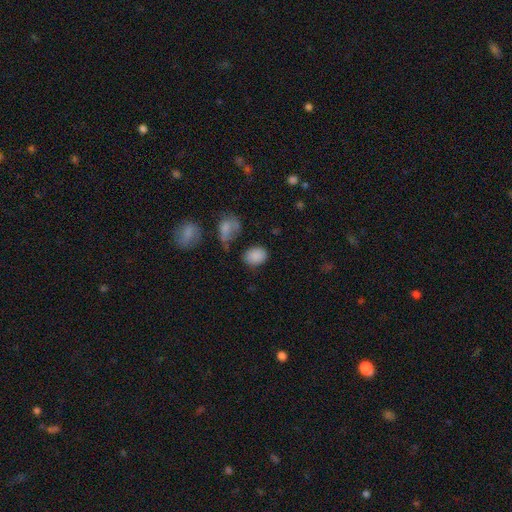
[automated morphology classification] A smooth galaxy with no disk features (85%) that is in between round and cigar-shaped (67%).

Vote fractions:
- Smooth or featured? smooth: 85% / star or artifact: 9% / featured or disk: 6%
- How rounded? in between: 67% / round: 32% / cigar-shaped: 1%
- Merging? none: 68% / minor disturbance: 18% / merger: 8% / major disturbance: 7%